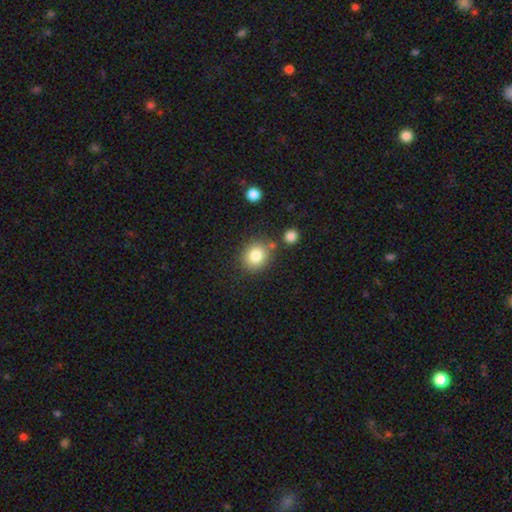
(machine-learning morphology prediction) type=smooth (82%); roundness=round (74%); merging=none (77%).